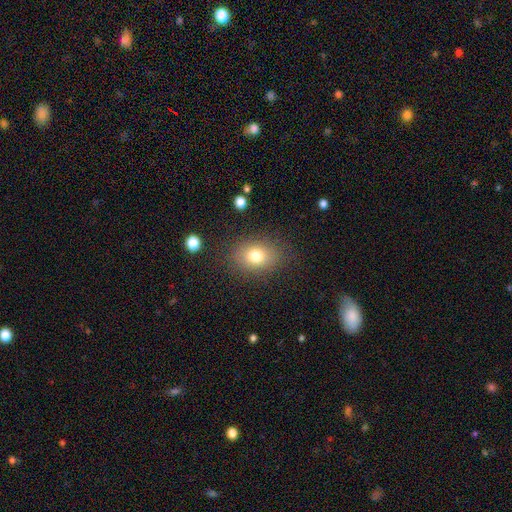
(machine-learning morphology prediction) This is likely a smooth galaxy (77%). How rounded: likely in between (65%). Merging: clearly none (82%).